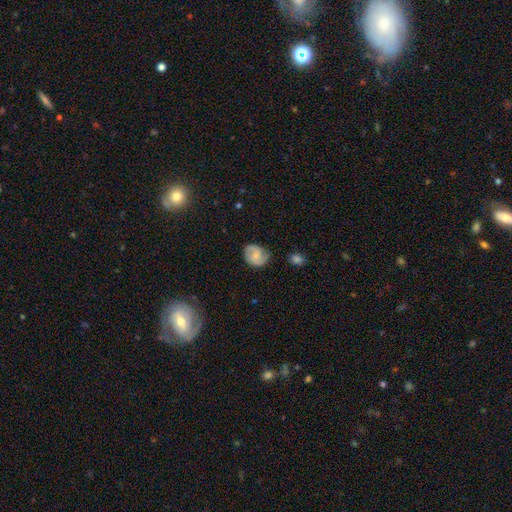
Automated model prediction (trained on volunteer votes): Morphology: type=featured or disk (52%); edge-on=no (98%); bar=no (60%); spiral arms=yes (89%); bulge=small (52%); merging=none (69%).